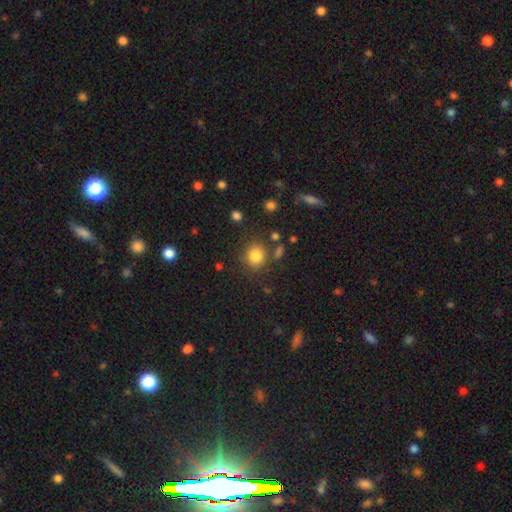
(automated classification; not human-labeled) Smooth or featured: smooth — 82% (star or artifact — 12%)
How rounded: round — 83% (in between — 16%)
Merging: none — 81% (minor disturbance — 10%)